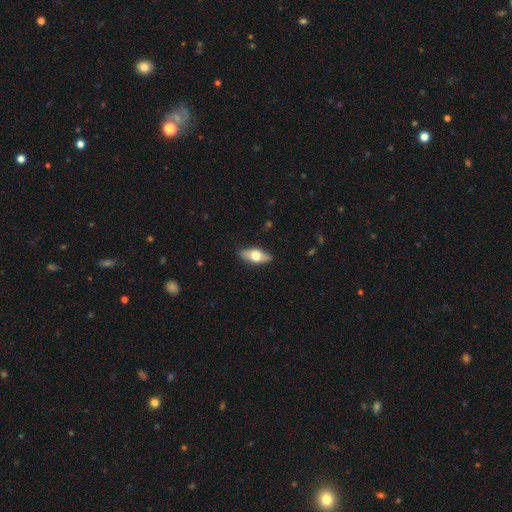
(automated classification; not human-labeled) Smooth or featured: smooth — 54% (featured or disk — 40%)
How rounded: in between — 76% (cigar-shaped — 20%)
Merging: none — 86% (minor disturbance — 11%)